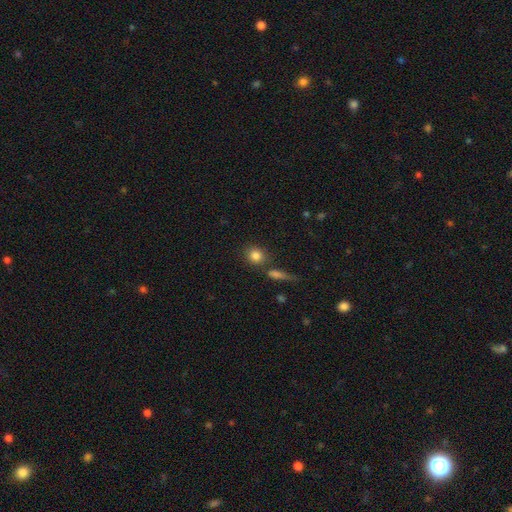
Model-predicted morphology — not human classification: Smooth or featured? Predicted: smooth (p=0.83). How rounded? Predicted: round (p=0.78). Merging? Predicted: none (p=0.73).